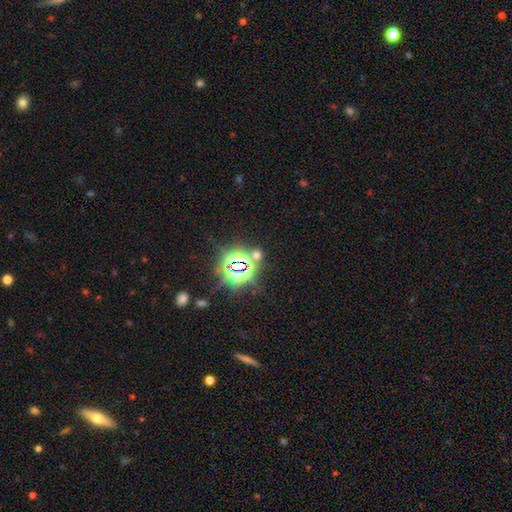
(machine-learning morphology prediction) Smooth or featured? star or artifact (68%)